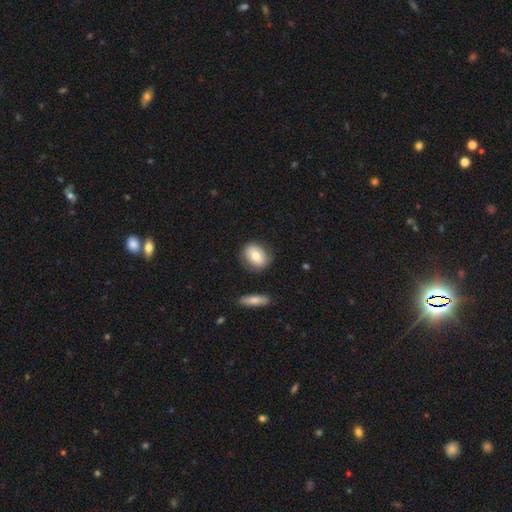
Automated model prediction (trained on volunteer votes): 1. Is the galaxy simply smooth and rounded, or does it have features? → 75% smooth, 18% featured or disk, 7% star or artifact.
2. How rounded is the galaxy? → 64% in between, 35% round, 2% cigar-shaped.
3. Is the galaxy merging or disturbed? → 80% none, 14% minor disturbance, 3% merger, 3% major disturbance.